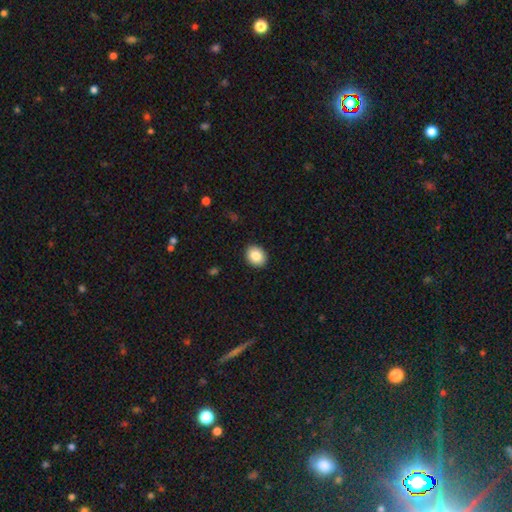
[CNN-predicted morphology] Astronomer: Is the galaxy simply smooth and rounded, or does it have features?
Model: smooth — 87%.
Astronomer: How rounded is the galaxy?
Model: in between — 50% (runner-up: round, 49%).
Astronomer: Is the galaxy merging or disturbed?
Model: none — 91%.